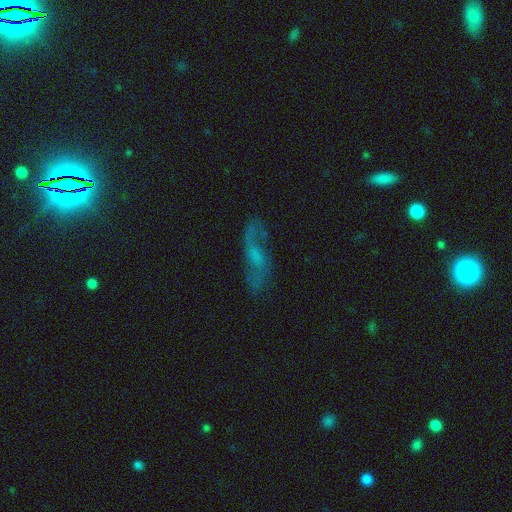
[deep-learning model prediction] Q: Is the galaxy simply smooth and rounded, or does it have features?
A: featured or disk — 60%.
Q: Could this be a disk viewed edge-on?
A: no — 81%.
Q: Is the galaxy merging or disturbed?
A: none — 70%.